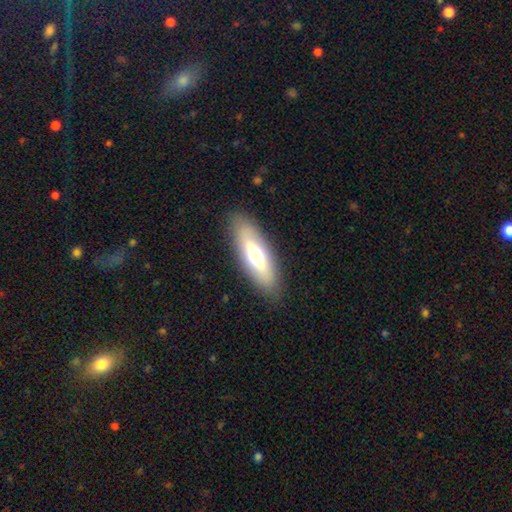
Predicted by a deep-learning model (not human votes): A smooth galaxy with no disk features (61%) that is in between round and cigar-shaped (55%).

Vote fractions:
- Smooth or featured? smooth: 61% / featured or disk: 33% / star or artifact: 6%
- How rounded? in between: 55% / cigar-shaped: 43% / round: 2%
- Merging? none: 87% / minor disturbance: 10% / major disturbance: 3% / merger: 1%